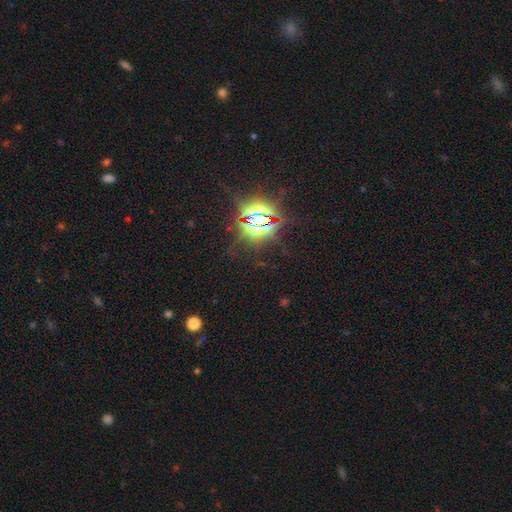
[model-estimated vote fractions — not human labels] Smooth or featured?
  - star or artifact: 85% *
  - smooth: 9%
  - featured or disk: 6%